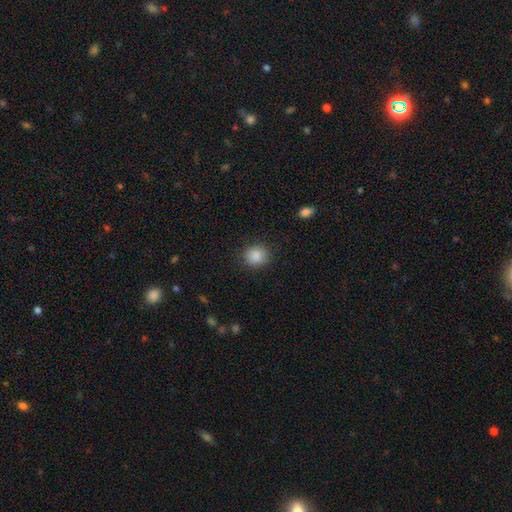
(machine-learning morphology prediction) type=smooth (87%); roundness=round (87%); merging=none (88%).